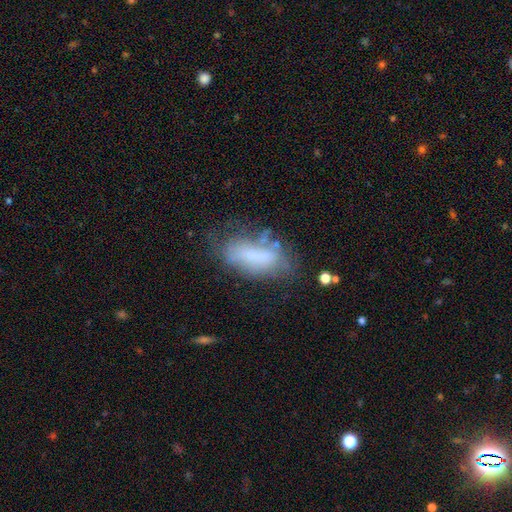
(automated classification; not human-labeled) Smooth or featured: smooth — 58% (featured or disk — 31%)
How rounded: in between — 80% (cigar-shaped — 16%)
Merging: none — 43% (minor disturbance — 27%)